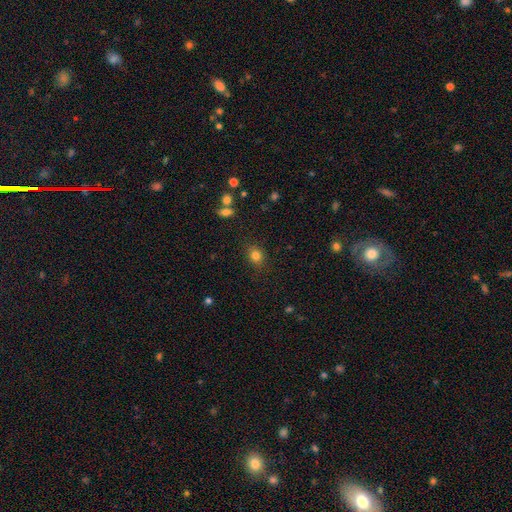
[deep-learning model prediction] This is clearly a smooth galaxy (82%). How rounded: possibly round (58%). Merging: clearly none (85%).